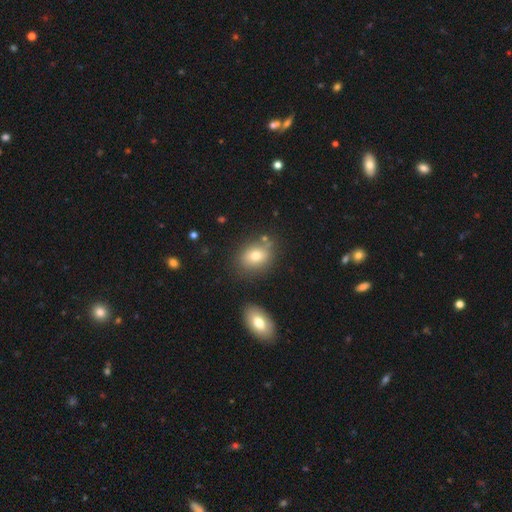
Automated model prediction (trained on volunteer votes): The model was most divided on "how rounded": in between: 62%, round: 37%, cigar-shaped: 1%. More confident: smooth or featured — smooth (75%); merging — none (73%).